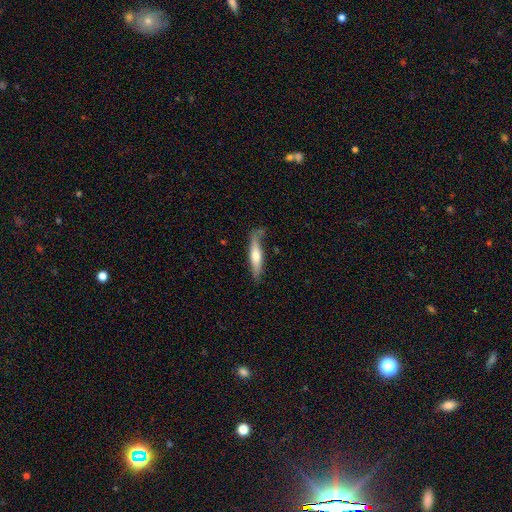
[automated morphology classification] smooth-or-featured: smooth: 52% | featured or disk: 43% | star or artifact: 5%
  how-rounded: cigar-shaped: 84% | in between: 14% | round: 2%
  merging: none: 67% | minor disturbance: 22% | major disturbance: 6% | merger: 4%